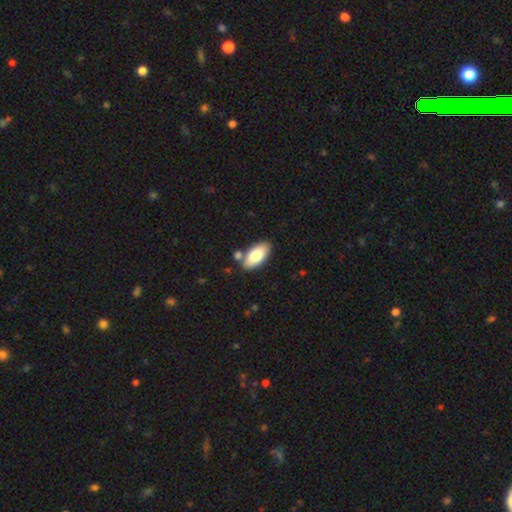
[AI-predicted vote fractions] smooth_or_featured: smooth (p=0.77) [alt: featured or disk p=0.17]
how_rounded: in between (p=0.93) [alt: cigar-shaped p=0.05]
merging: none (p=0.76) [alt: minor disturbance p=0.11]